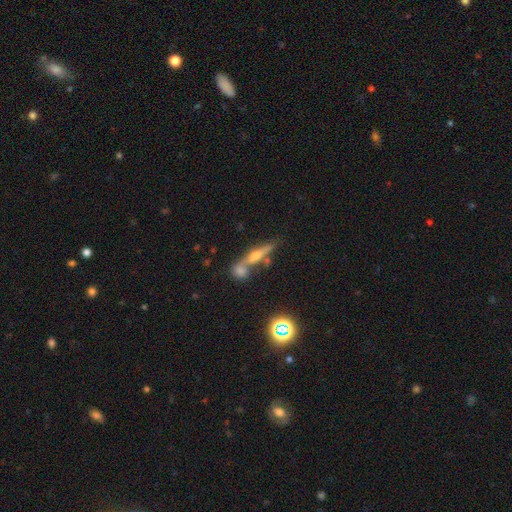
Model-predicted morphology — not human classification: This is likely a featured or disk galaxy (61%). It is clearly viewed edge-on (90%). Edge-on bulge: clearly rounded (90%). Merging: possibly none (57%).